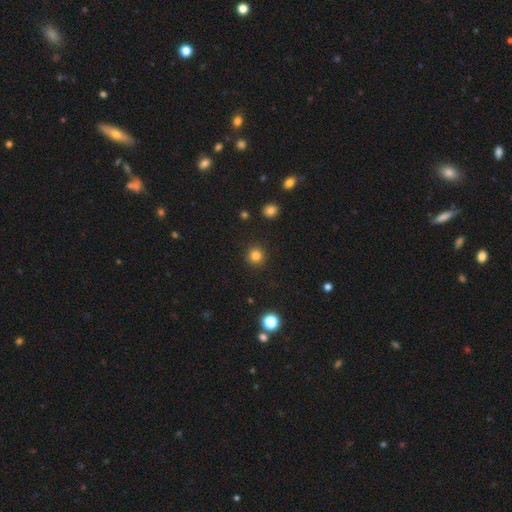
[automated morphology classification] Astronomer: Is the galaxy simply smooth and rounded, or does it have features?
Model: smooth — 82%.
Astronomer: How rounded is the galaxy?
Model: round — 94%.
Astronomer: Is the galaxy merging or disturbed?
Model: none — 92%.